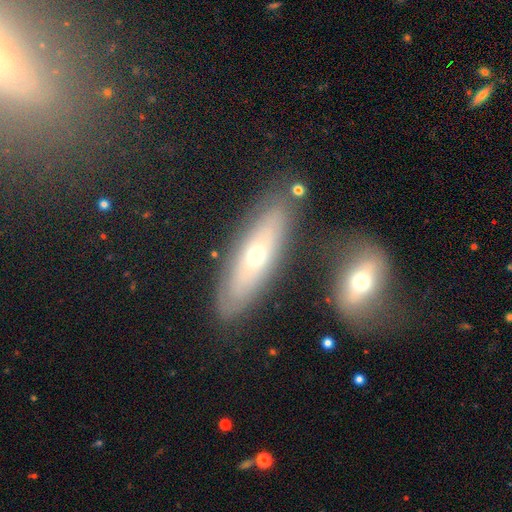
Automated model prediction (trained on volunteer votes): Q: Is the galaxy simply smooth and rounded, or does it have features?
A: featured or disk — 48%.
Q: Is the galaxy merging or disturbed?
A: none — 81%.